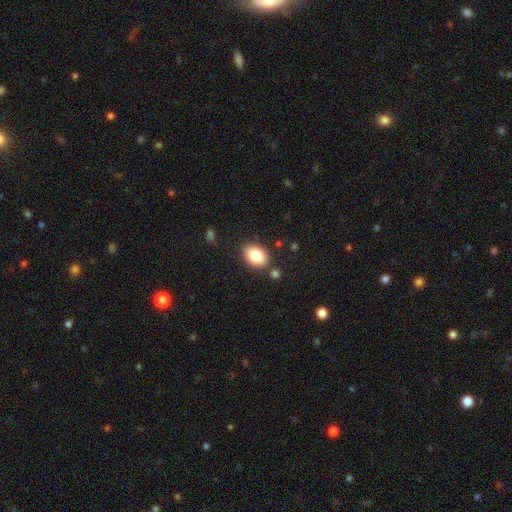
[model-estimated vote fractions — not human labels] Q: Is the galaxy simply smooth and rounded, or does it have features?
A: smooth — 84%.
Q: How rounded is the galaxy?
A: in between — 82%.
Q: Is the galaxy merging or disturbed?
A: none — 81%.